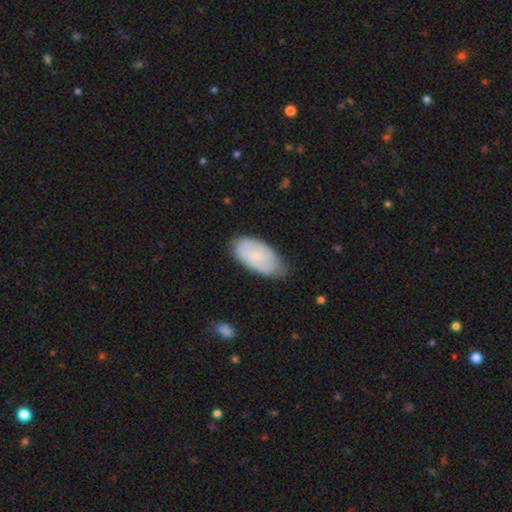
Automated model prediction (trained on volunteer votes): Smooth or featured?
  - smooth: 62% *
  - featured or disk: 32%
  - star or artifact: 6%
How rounded?
  - in between: 94% *
  - cigar-shaped: 3%
  - round: 3%
Merging?
  - none: 58% *
  - minor disturbance: 34%
  - major disturbance: 7%
  - merger: 2%